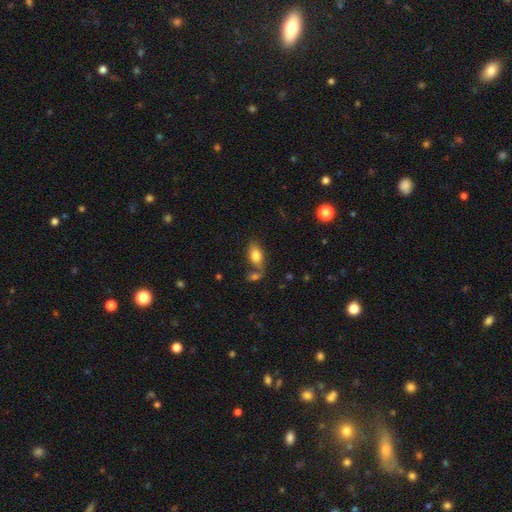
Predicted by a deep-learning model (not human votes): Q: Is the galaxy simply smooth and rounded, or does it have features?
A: smooth — 79%.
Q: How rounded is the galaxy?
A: in between — 89%.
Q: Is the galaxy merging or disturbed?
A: none — 53%.